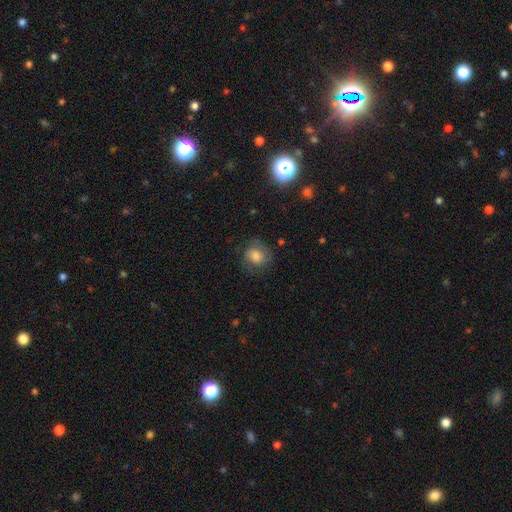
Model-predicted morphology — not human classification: smooth-or-featured: smooth: 53% | featured or disk: 36% | star or artifact: 11%
  how-rounded: round: 73% | in between: 26% | cigar-shaped: 1%
  merging: none: 69% | minor disturbance: 19% | major disturbance: 10% | merger: 1%